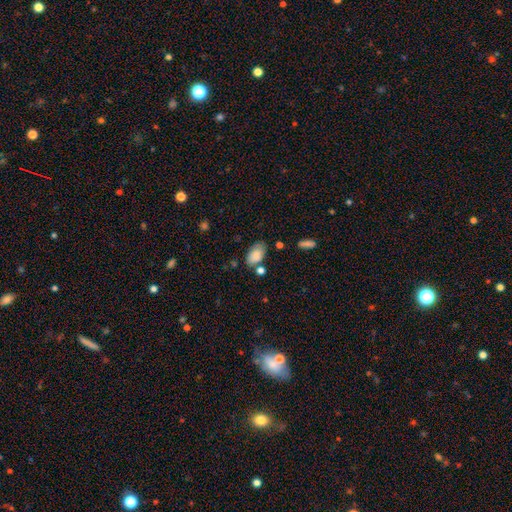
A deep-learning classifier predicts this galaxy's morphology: smooth 85%, star or artifact 8%, featured or disk 7%. Down the decision tree: how rounded — in between (93%); merging — none (63%).